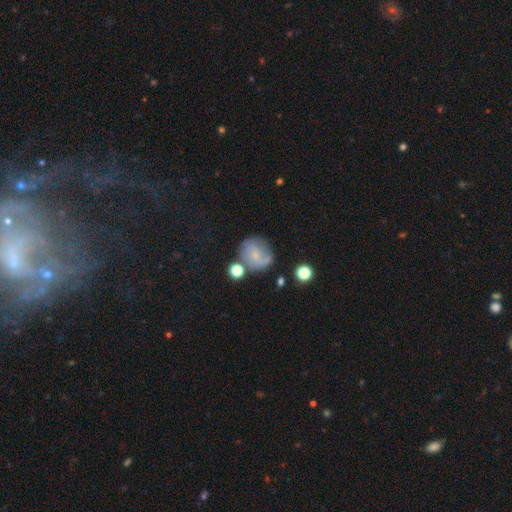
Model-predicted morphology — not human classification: The model was most divided on "smooth or featured": smooth: 45%, featured or disk: 44%, star or artifact: 11%. More confident: merging — none (60%).